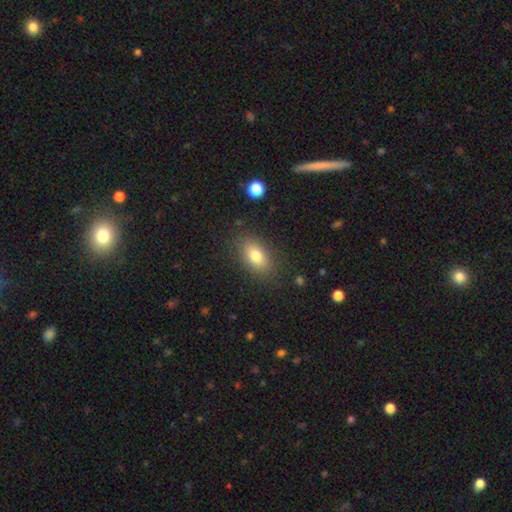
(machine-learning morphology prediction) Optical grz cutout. It shows a smooth galaxy with no disk features (78%) that is in between round and cigar-shaped (86%). Merging: none (84%).